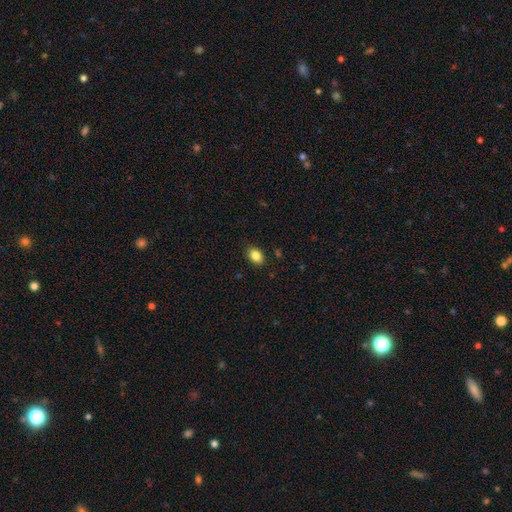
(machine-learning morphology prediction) Smooth or featured: smooth — 86% (star or artifact — 9%)
How rounded: in between — 81% (round — 18%)
Merging: none — 88% (minor disturbance — 9%)